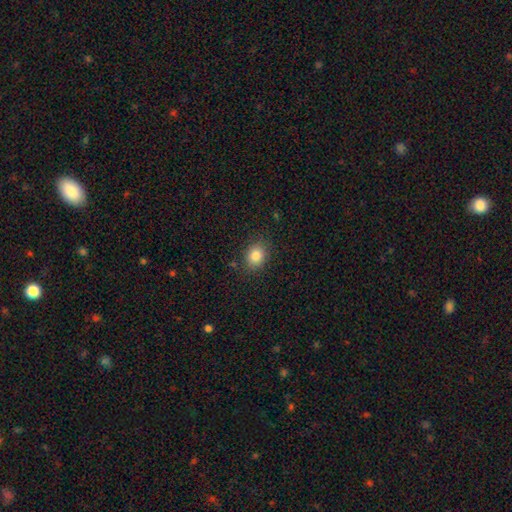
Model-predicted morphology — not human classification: Overall: smooth (83%). How rounded: round (52%; in between 47%). Merging: none (84%).